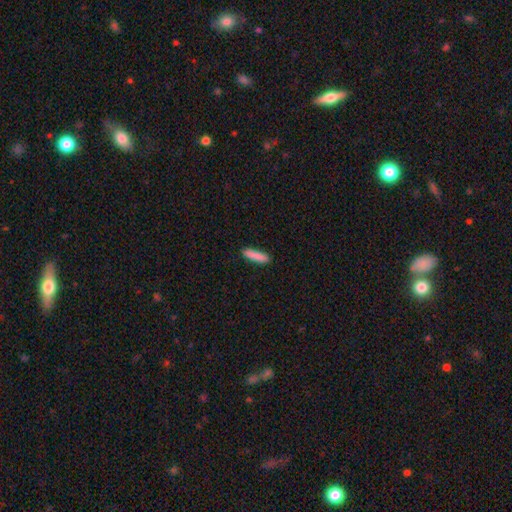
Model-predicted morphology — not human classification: type=smooth (88%); roundness=cigar-shaped (82%); merging=none (89%).